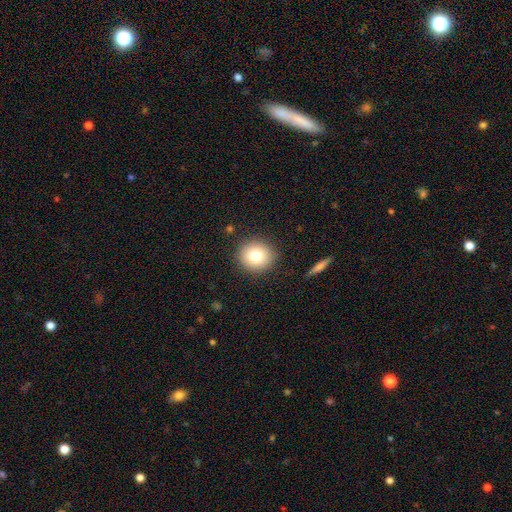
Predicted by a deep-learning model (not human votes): The model was most divided on "smooth or featured": smooth: 77%, featured or disk: 12%, star or artifact: 11%. More confident: merging — none (88%); how rounded — round (87%).